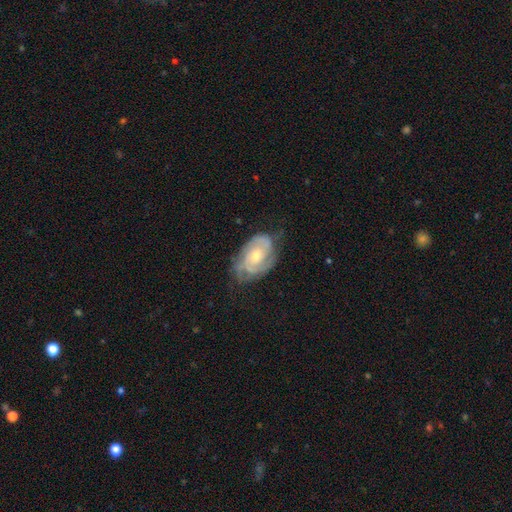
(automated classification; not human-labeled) This is clearly a featured or disk galaxy (83%). It is clearly not viewed edge-on (97%). Bar: likely no (70%). Spiral arm pattern: clearly yes (95%). Spiral arm count: marginally 2 (40%). Spiral winding: likely tight (62%). Central bulge: possibly moderate (54%). Merging: likely none (67%).